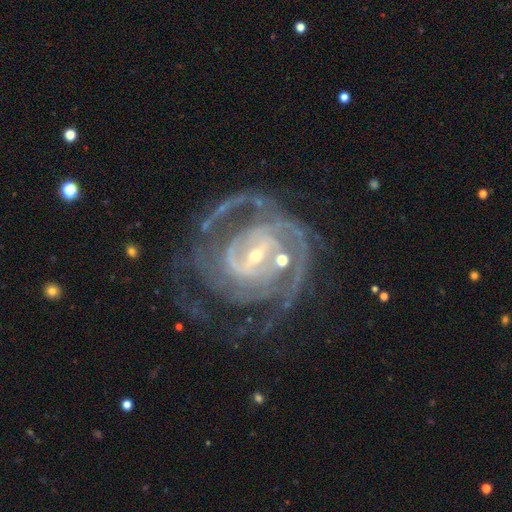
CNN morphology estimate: Q: Smooth or featured?
A: featured or disk (91%); runner-up: star or artifact (6%)
Q: Edge-on disk?
A: no (97%); runner-up: yes (3%)
Q: Bar?
A: weak (42%); runner-up: strong (40%)
Q: Spiral arms?
A: yes (97%); runner-up: no (3%)
Q: Spiral winding?
A: tight (59%); runner-up: medium (34%)
Q: Spiral arm count?
A: 2 (36%); runner-up: can't tell (21%)
Q: Bulge size?
A: small (72%); runner-up: moderate (24%)
Q: Merging?
A: none (56%); runner-up: major disturbance (22%)